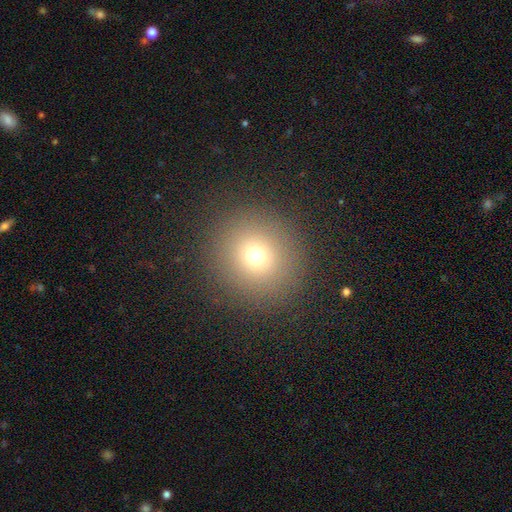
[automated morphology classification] Smooth or featured?
  - smooth: 71% *
  - star or artifact: 19%
  - featured or disk: 10%
How rounded?
  - round: 93% *
  - in between: 6%
  - cigar-shaped: 1%
Merging?
  - none: 90% *
  - minor disturbance: 6%
  - major disturbance: 3%
  - merger: 1%